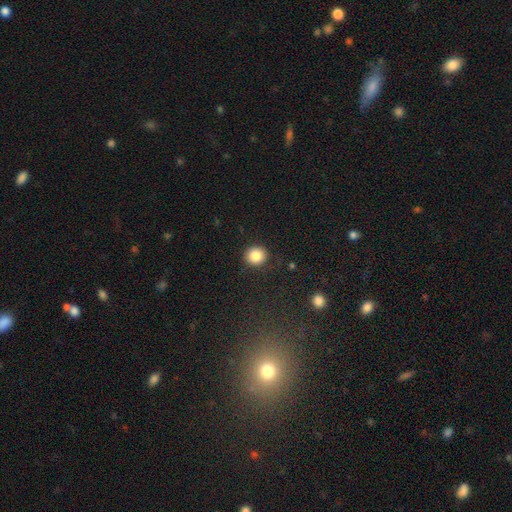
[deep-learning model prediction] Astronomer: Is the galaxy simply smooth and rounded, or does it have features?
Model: smooth — 84%.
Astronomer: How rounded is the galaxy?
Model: round — 86%.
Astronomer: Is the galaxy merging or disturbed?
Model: none — 89%.